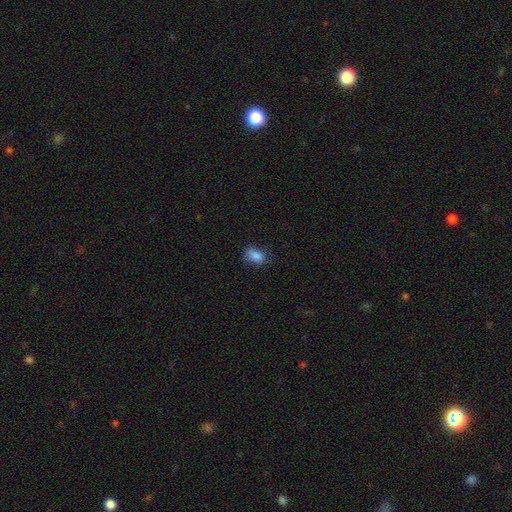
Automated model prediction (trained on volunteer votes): Q: Smooth or featured?
A: smooth (85%); runner-up: star or artifact (10%)
Q: How rounded?
A: in between (78%); runner-up: round (20%)
Q: Merging?
A: none (70%); runner-up: minor disturbance (23%)